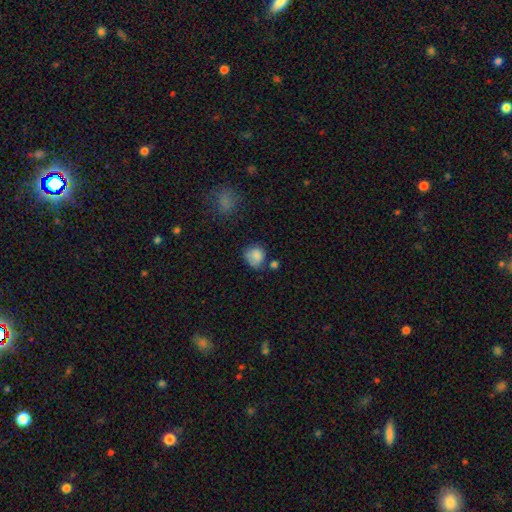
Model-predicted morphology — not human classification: Smooth or featured? Predicted: smooth (p=0.81). How rounded? Predicted: round (p=0.73). Merging? Predicted: none (p=0.54).